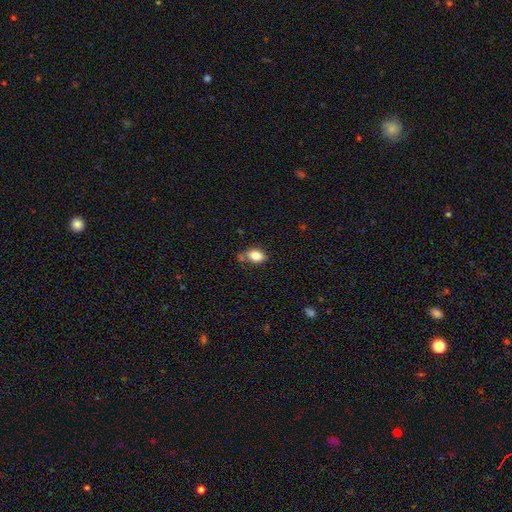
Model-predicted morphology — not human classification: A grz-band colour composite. It shows a smooth galaxy with no disk features (85%) that is in between round and cigar-shaped (87%). Merging: none (65%).